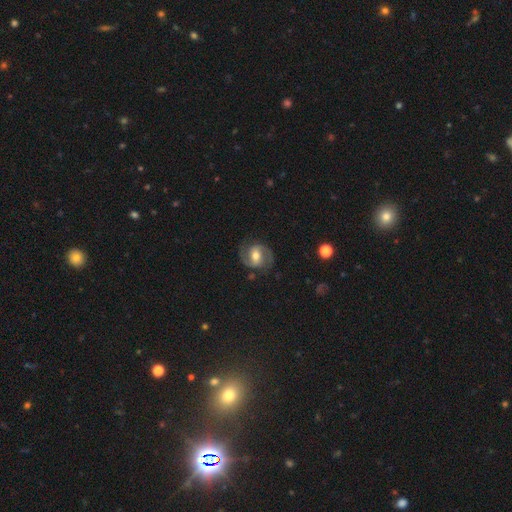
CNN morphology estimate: A featured or disk galaxy (83%) with a weak bar (46%), 2 (93%) medium (58%) spiral arms (95%) and a moderate central bulge (72%). Merging: none (81%).